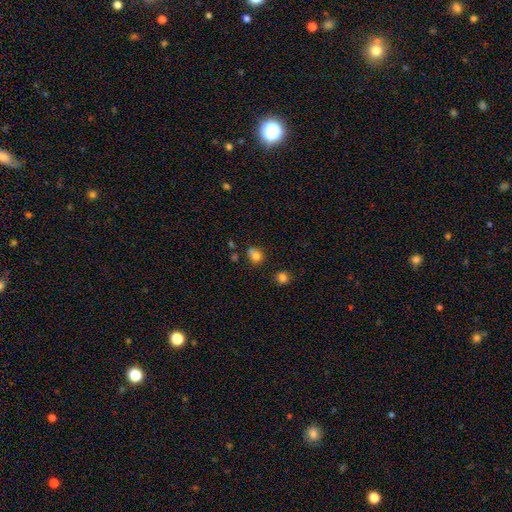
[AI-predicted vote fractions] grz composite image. It shows a smooth galaxy with no disk features (79%) that is round (59%). Merging: none (56%).